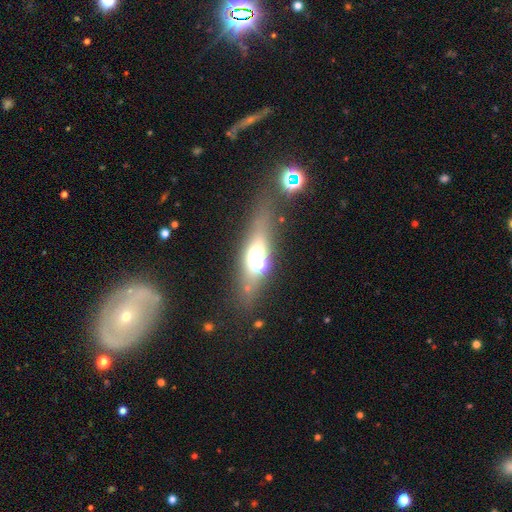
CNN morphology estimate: smooth_or_featured: smooth (p=0.43) [alt: featured or disk p=0.42]
merging: none (p=0.58) [alt: merger p=0.19]